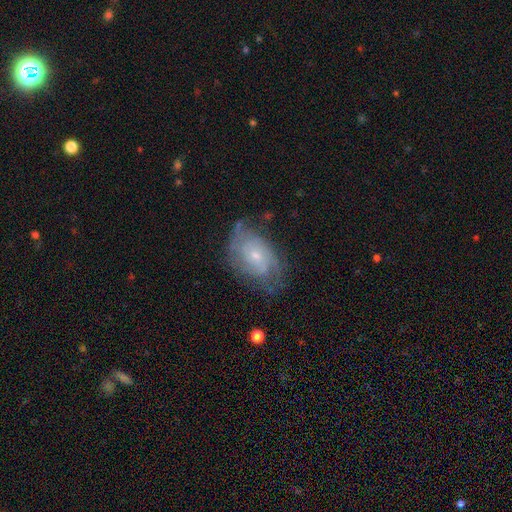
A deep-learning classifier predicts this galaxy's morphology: featured or disk 73%, smooth 20%, star or artifact 7%. Down the decision tree: edge-on disk — no (96%); bar — no (71%); spiral arms — yes (87%); spiral arm count — can't tell (40%); spiral winding — tight (53%); bulge size — small (66%); merging — none (63%).